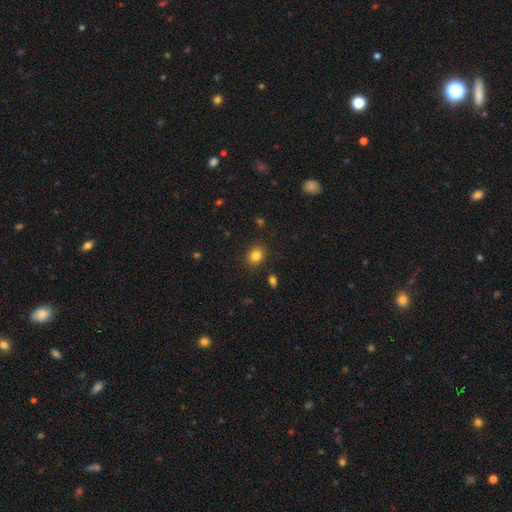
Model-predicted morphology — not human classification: smooth_or_featured: smooth (p=0.84) [alt: star or artifact p=0.10]
how_rounded: in between (p=0.53) [alt: round p=0.46]
merging: none (p=0.88) [alt: minor disturbance p=0.08]